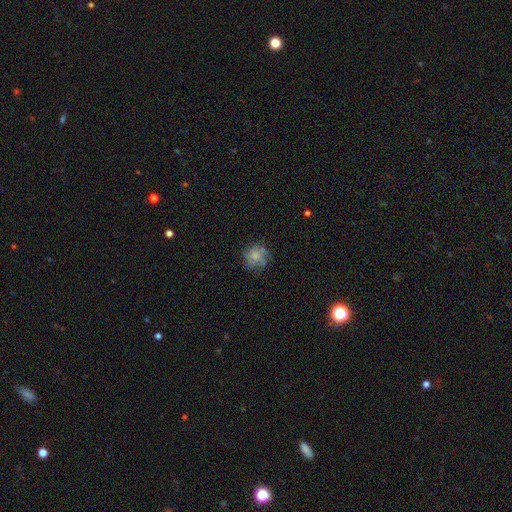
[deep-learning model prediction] Smooth or featured?
  - smooth: 43% * (tied)
  - featured or disk: 43% * (tied)
  - star or artifact: 13%
Merging?
  - none: 69% *
  - minor disturbance: 19%
  - major disturbance: 10%
  - merger: 1%